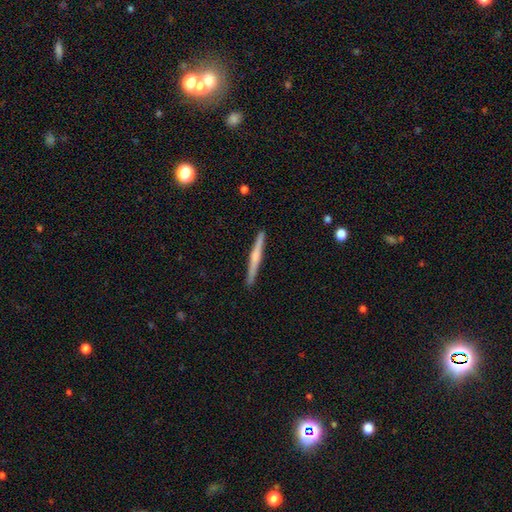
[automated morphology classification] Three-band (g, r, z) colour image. It shows a featured or disk galaxy (60%) viewed edge-on (98%) with a rounded central bulge (61%). Merging: none (91%).